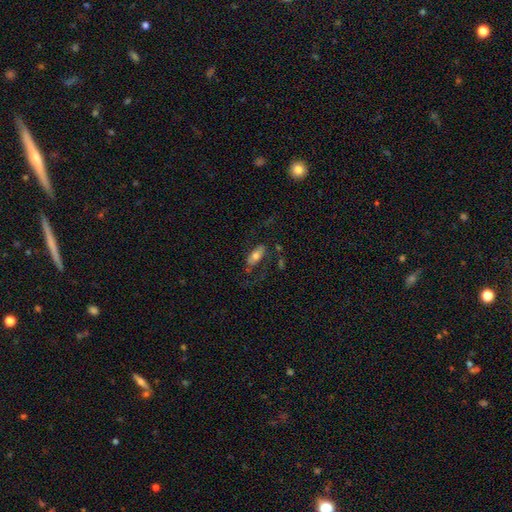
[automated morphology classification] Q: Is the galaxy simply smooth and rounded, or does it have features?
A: smooth — 62%.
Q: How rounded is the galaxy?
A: in between — 81%.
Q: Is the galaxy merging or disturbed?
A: none — 60%.